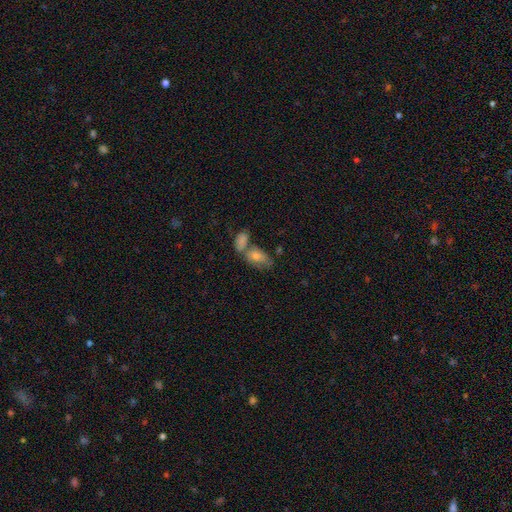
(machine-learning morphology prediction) Smooth or featured?
  - smooth: 57% *
  - featured or disk: 28%
  - star or artifact: 15%
How rounded?
  - in between: 83% *
  - round: 11%
  - cigar-shaped: 5%
Merging?
  - merger: 44% *
  - none: 38%
  - minor disturbance: 12%
  - major disturbance: 6%